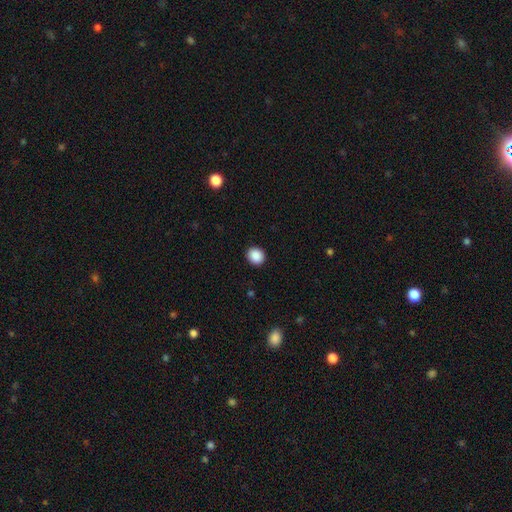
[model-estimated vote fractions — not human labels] A smooth galaxy with no disk features (89%) that is round (74%).

Vote fractions:
- Smooth or featured? smooth: 89% / star or artifact: 8% / featured or disk: 3%
- How rounded? round: 74% / in between: 26% / cigar-shaped: 1%
- Merging? none: 92% / minor disturbance: 6% / major disturbance: 2% / merger: 1%